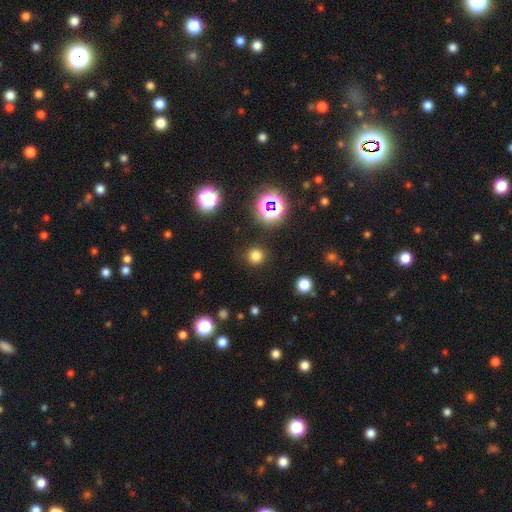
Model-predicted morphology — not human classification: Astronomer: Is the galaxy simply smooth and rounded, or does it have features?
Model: smooth — 74%.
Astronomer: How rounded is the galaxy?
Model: round — 94%.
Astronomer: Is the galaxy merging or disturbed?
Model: none — 90%.